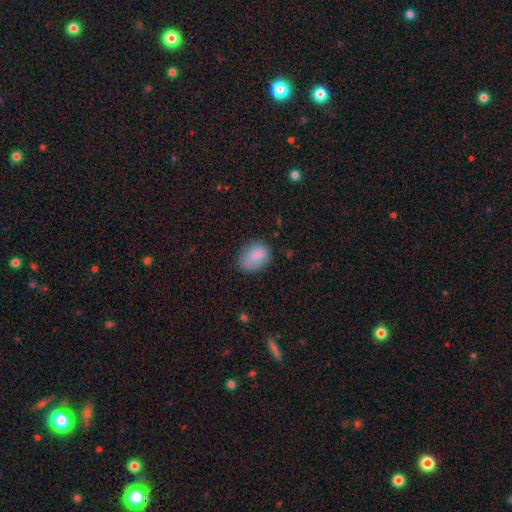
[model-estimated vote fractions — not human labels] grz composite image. It shows a smooth galaxy with no disk features (83%) that is in between round and cigar-shaped (75%). Merging: none (68%).